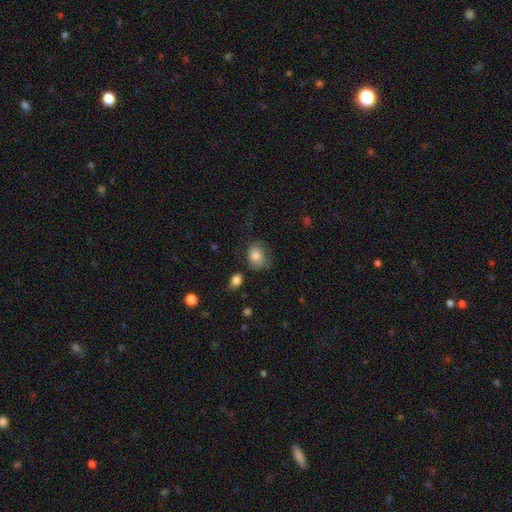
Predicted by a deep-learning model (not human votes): Smooth or featured?
  - smooth: 81% *
  - featured or disk: 11%
  - star or artifact: 8%
How rounded?
  - round: 53% *
  - in between: 46%
  - cigar-shaped: 1%
Merging?
  - none: 50% *
  - minor disturbance: 32%
  - major disturbance: 14%
  - merger: 4%